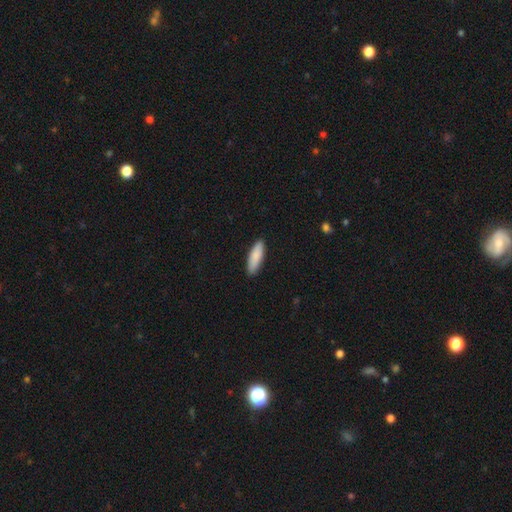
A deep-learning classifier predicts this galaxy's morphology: A smooth galaxy with no disk features (88%) that is cigar-shaped (49%, tied with in between).

Vote fractions:
- Smooth or featured? smooth: 88% / featured or disk: 7% / star or artifact: 5%
- How rounded? cigar-shaped: 49% (tied) / in between: 49% (tied) / round: 2%
- Merging? none: 89% / minor disturbance: 9% / major disturbance: 2% / merger: 1%